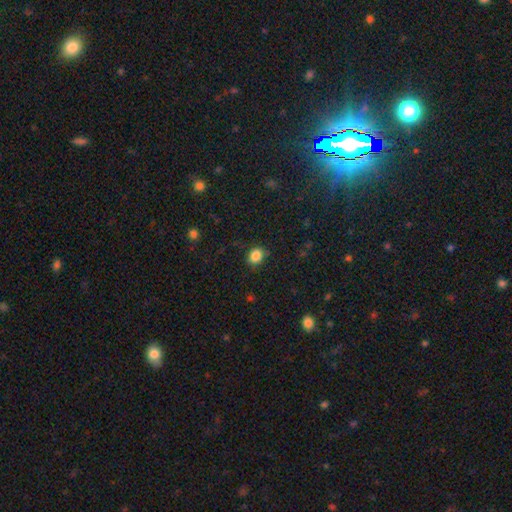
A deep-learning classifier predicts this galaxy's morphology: Smooth or featured?
  - smooth: 86% *
  - star or artifact: 10%
  - featured or disk: 4%
How rounded?
  - in between: 56% *
  - round: 43%
  - cigar-shaped: 1%
Merging?
  - none: 82% *
  - minor disturbance: 13%
  - major disturbance: 3%
  - merger: 1%